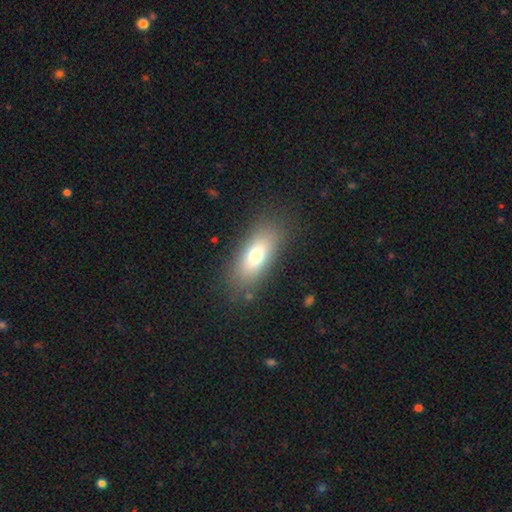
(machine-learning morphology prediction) smooth-or-featured: smooth: 73% | featured or disk: 18% | star or artifact: 9%
  how-rounded: in between: 81% | cigar-shaped: 15% | round: 4%
  merging: none: 83% | minor disturbance: 11% | major disturbance: 4% | merger: 1%